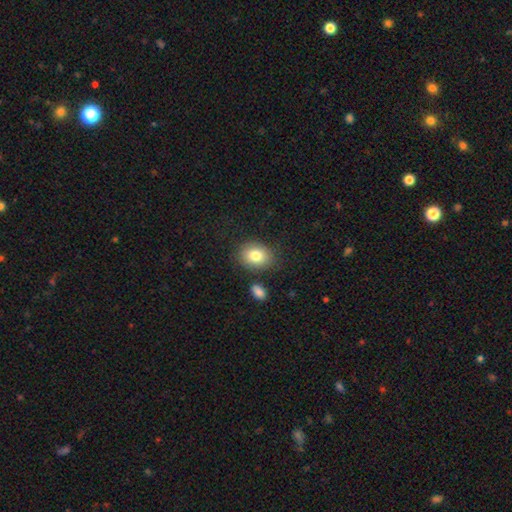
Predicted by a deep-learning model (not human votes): Smooth or featured: smooth — 81% (featured or disk — 10%)
How rounded: in between — 58% (round — 41%)
Merging: none — 79% (minor disturbance — 12%)